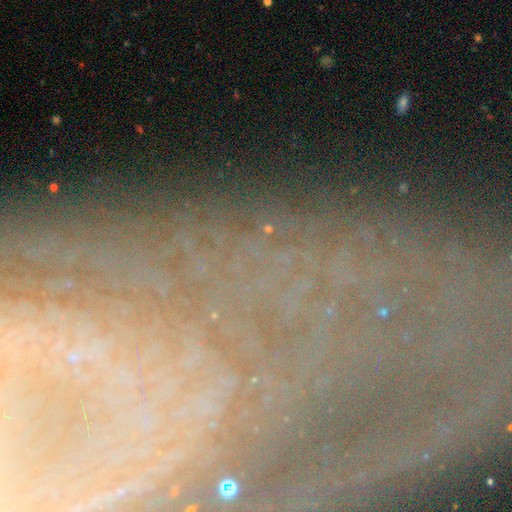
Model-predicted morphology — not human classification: Smooth or featured: star or artifact — 49% (featured or disk — 37%)